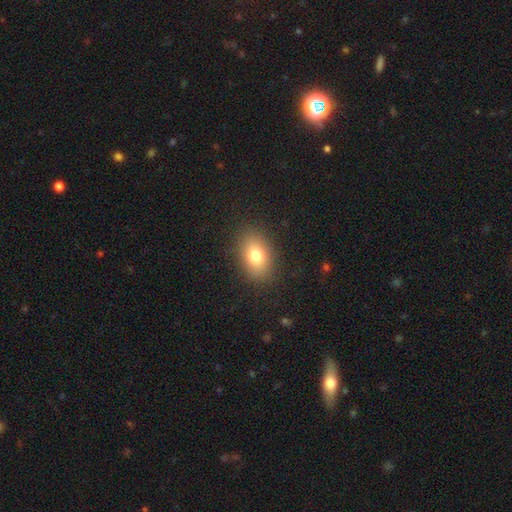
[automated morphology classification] A smooth galaxy with no disk features (80%) that is in between round and cigar-shaped (81%). Merging: none (86%).